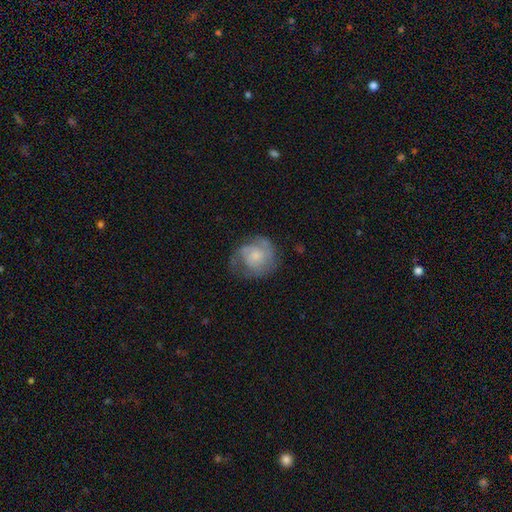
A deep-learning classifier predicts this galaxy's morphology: Smooth or featured?
  - featured or disk: 54% *
  - smooth: 39%
  - star or artifact: 7%
Edge-on disk?
  - no: 98% *
  - yes: 2%
Bar?
  - no: 80% *
  - weak: 17%
  - strong: 2%
Spiral arms?
  - yes: 78% *
  - no: 22%
Bulge size?
  - small: 56% *
  - moderate: 28%
  - none: 10%
  - large: 5%
  - dominant: 2%
Merging?
  - none: 55% *
  - minor disturbance: 25%
  - major disturbance: 18%
  - merger: 2%